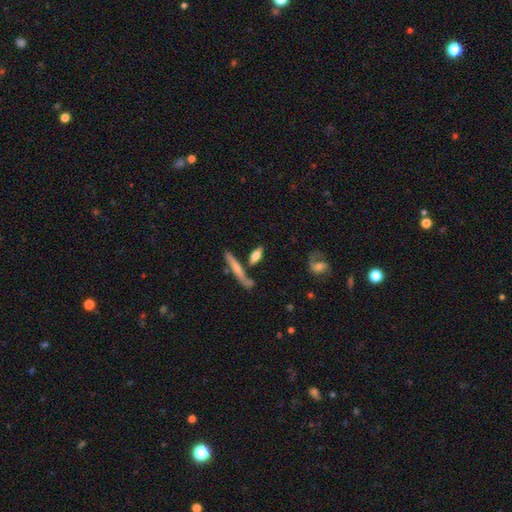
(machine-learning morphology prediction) A smooth galaxy with no disk features (67%) that is cigar-shaped (51%). Merging: none (66%).